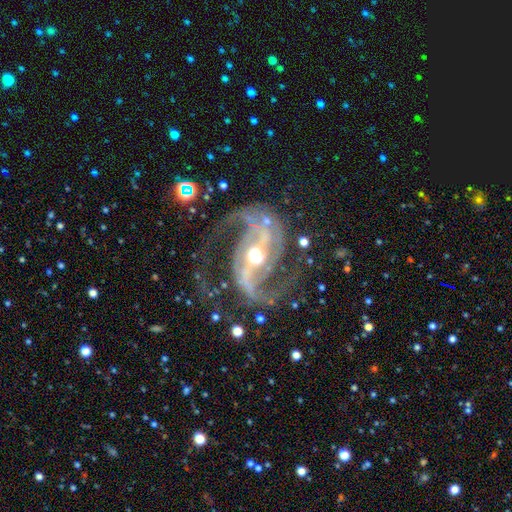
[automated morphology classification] type=featured or disk (93%); edge-on=no (98%); bar=strong (47%); spiral arms=yes (98%); winding=medium (60%); arm count=2 (91%); bulge=moderate (69%); merging=none (69%).